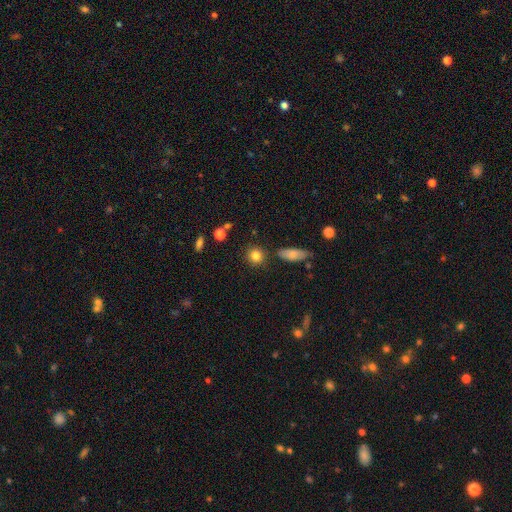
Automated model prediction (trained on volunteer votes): Smooth or featured: smooth — 82% (star or artifact — 10%)
How rounded: round — 86% (in between — 13%)
Merging: none — 84% (minor disturbance — 9%)